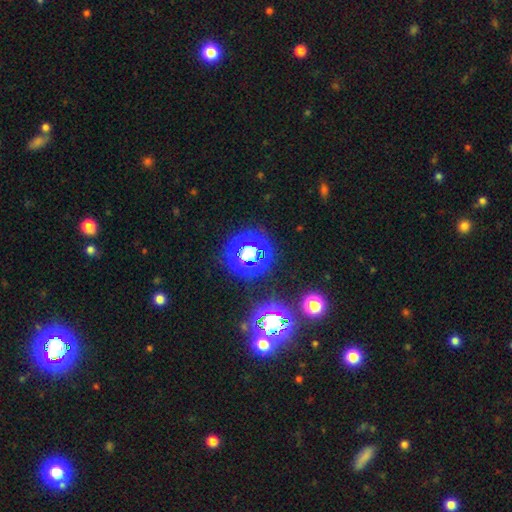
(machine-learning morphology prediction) Smooth or featured: star or artifact — 79% (smooth — 14%)